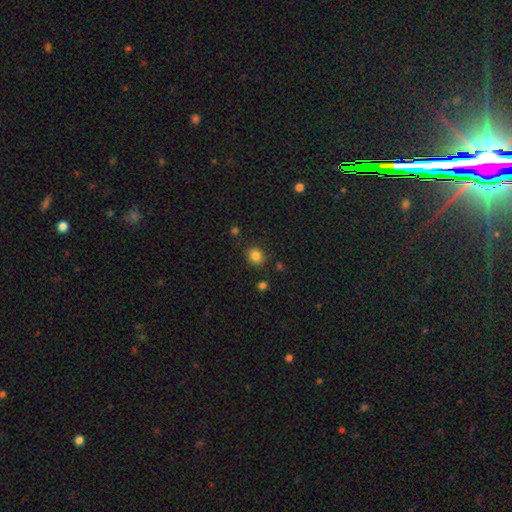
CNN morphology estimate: Smooth or featured: smooth — 84% (star or artifact — 12%)
How rounded: round — 77% (in between — 22%)
Merging: none — 86% (minor disturbance — 9%)